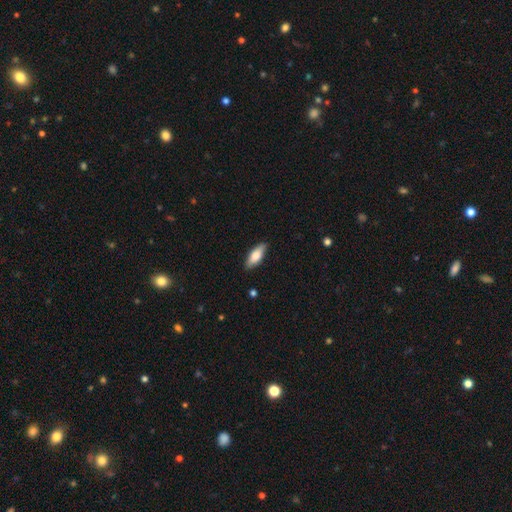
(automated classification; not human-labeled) A smooth galaxy with no disk features (76%) that is in between round and cigar-shaped (72%).

Vote fractions:
- Smooth or featured? smooth: 76% / featured or disk: 19% / star or artifact: 6%
- How rounded? in between: 72% / cigar-shaped: 26% / round: 2%
- Merging? none: 87% / minor disturbance: 10% / major disturbance: 2% / merger: 1%